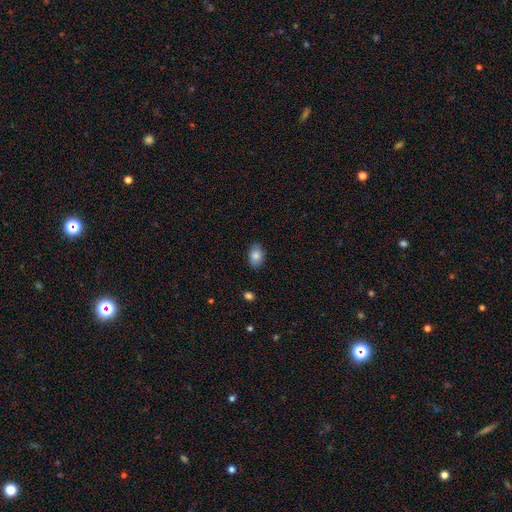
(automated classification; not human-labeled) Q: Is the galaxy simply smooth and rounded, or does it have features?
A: smooth — 84%.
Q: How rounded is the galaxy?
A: in between — 87%.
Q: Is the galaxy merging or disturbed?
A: none — 85%.